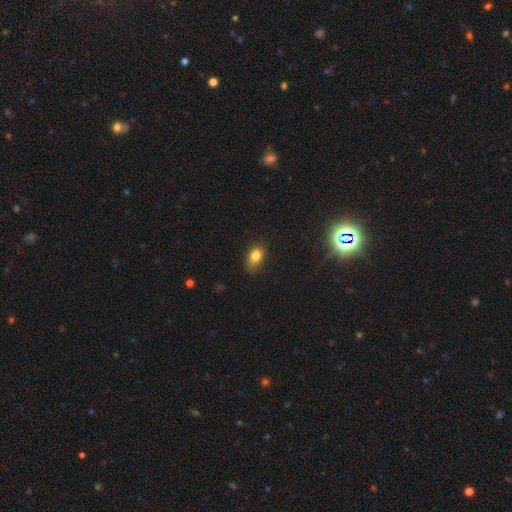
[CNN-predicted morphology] Smooth or featured? Predicted: smooth (p=0.80). How rounded? Predicted: in between (p=0.80). Merging? Predicted: none (p=0.74).